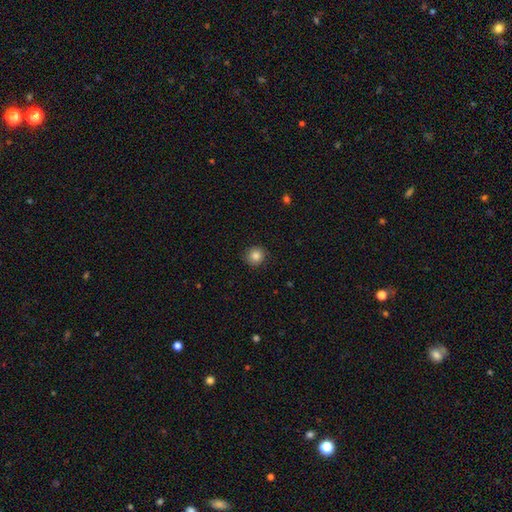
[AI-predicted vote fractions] smooth-or-featured: smooth: 85% | star or artifact: 10% | featured or disk: 6%
  how-rounded: round: 91% | in between: 8% | cigar-shaped: 1%
  merging: none: 89% | minor disturbance: 8% | major disturbance: 2% | merger: 1%